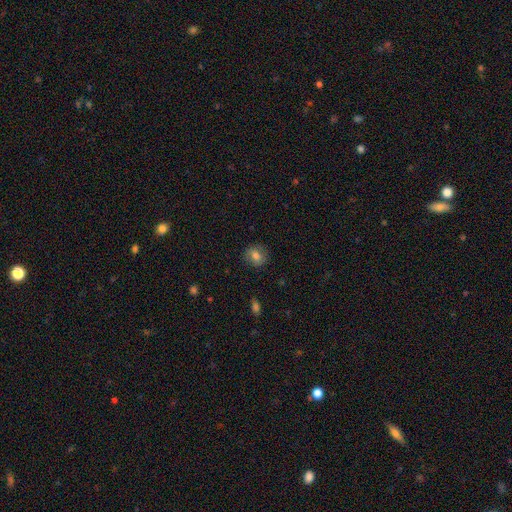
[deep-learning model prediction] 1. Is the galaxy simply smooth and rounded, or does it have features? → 77% smooth, 13% featured or disk, 10% star or artifact.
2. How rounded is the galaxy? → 70% round, 29% in between, 1% cigar-shaped.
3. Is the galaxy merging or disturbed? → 84% none, 12% minor disturbance, 3% major disturbance, 1% merger.